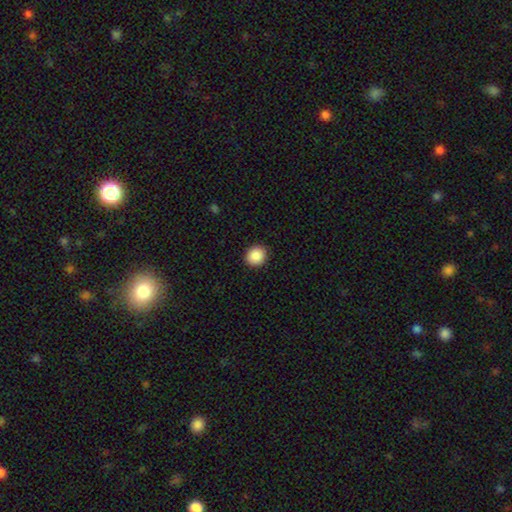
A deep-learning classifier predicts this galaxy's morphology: type=smooth (89%); roundness=round (78%); merging=none (90%).